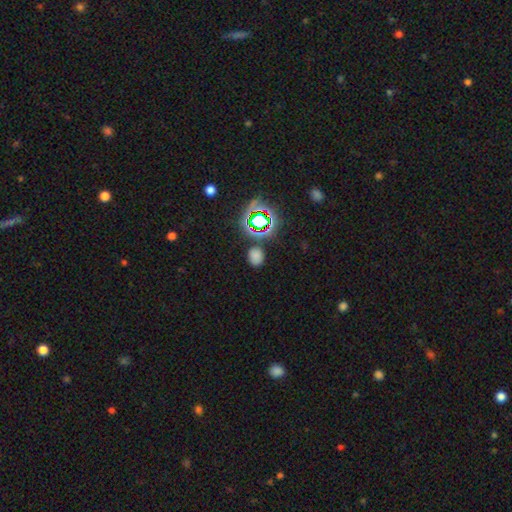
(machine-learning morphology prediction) smooth-or-featured: smooth: 66% | star or artifact: 29% | featured or disk: 6%
  how-rounded: round: 61% | in between: 38% | cigar-shaped: 2%
  merging: none: 82% | minor disturbance: 11% | merger: 4% | major disturbance: 4%